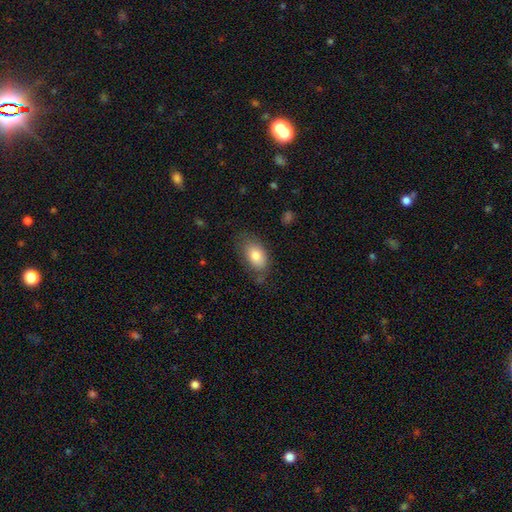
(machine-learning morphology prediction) The model was most divided on "merging": none: 68%, minor disturbance: 23%, major disturbance: 6%, merger: 3%. More confident: how rounded — in between (90%); smooth or featured — smooth (79%).